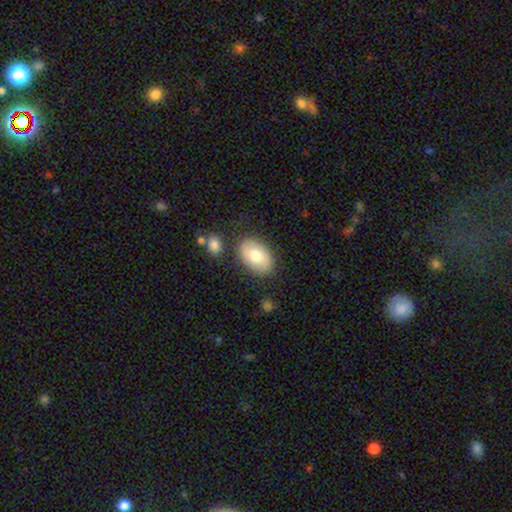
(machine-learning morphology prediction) smooth 72%, featured or disk 22%, star or artifact 6%. Down the decision tree: how rounded — in between (90%); merging — none (79%).